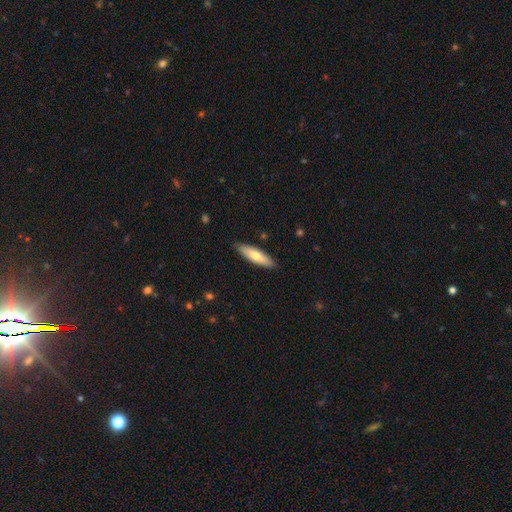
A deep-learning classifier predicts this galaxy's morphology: Overall: smooth (64%; featured or disk 31%). How rounded: cigar-shaped (62%; in between 36%). Merging: none (87%).